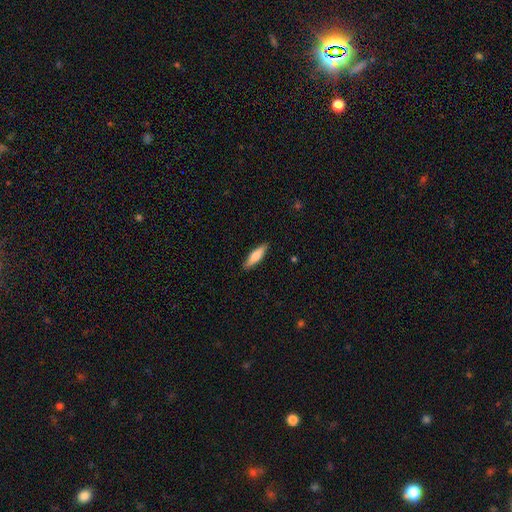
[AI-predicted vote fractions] Q: Smooth or featured?
A: smooth (71%); runner-up: featured or disk (23%)
Q: How rounded?
A: cigar-shaped (60%); runner-up: in between (38%)
Q: Merging?
A: none (88%); runner-up: minor disturbance (9%)